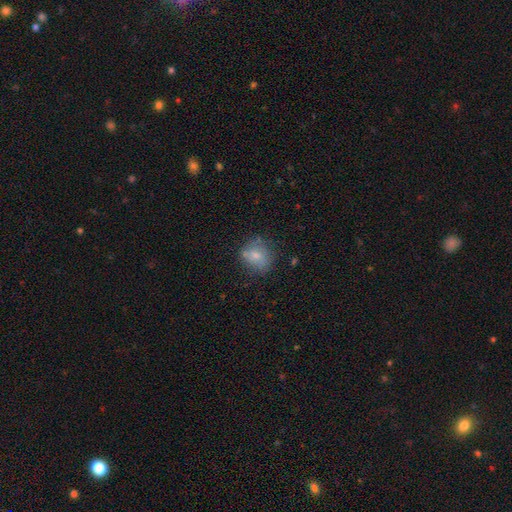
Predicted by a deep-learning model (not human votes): A smooth galaxy with no disk features (72%) that is round (67%). Merging: none (63%).